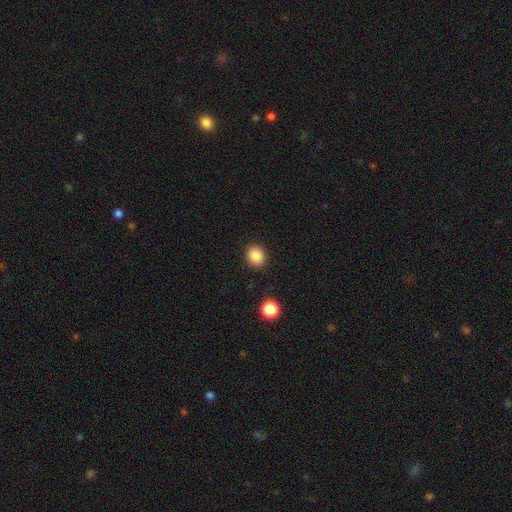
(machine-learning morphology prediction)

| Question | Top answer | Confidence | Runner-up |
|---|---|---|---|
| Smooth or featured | smooth | 87% | star or artifact (10%) |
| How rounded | round | 76% | in between (23%) |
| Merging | none | 89% | minor disturbance (7%) |